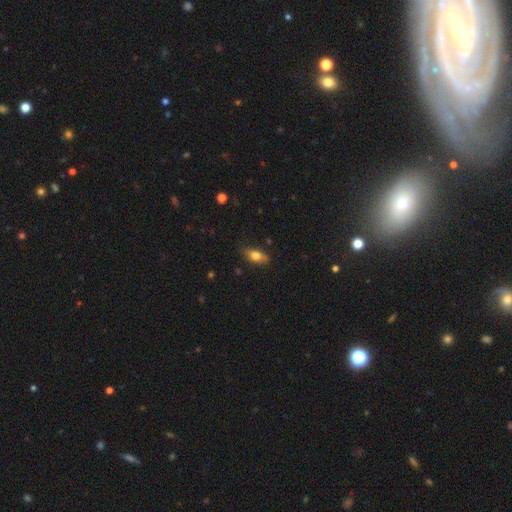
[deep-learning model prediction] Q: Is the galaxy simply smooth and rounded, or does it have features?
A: smooth — 76%.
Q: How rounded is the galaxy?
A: in between — 82%.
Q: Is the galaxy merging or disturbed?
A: none — 77%.